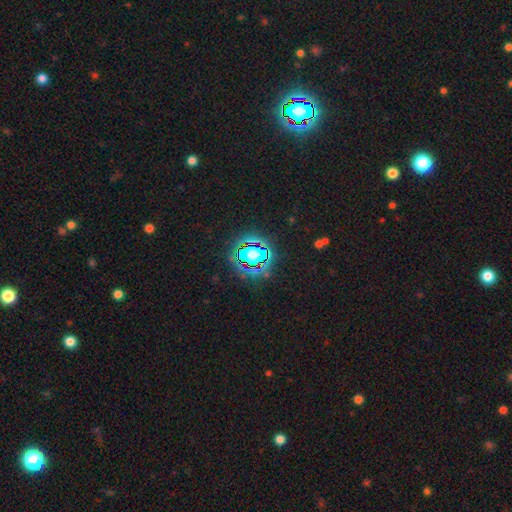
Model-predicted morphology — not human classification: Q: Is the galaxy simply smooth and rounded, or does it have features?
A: star or artifact — 67%.